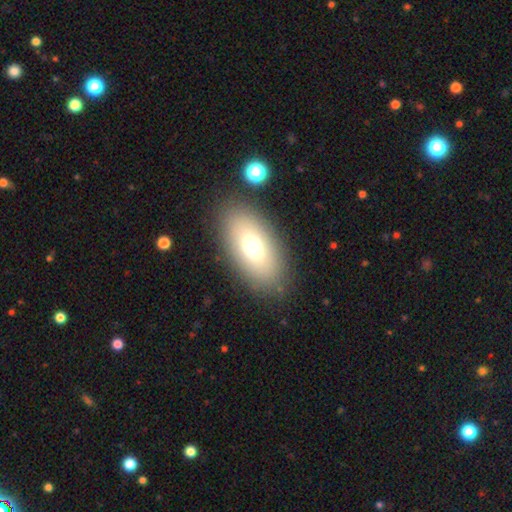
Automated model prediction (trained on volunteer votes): Smooth or featured?
  - smooth: 71% *
  - featured or disk: 20%
  - star or artifact: 9%
How rounded?
  - in between: 90% *
  - cigar-shaped: 5%
  - round: 4%
Merging?
  - none: 85% *
  - minor disturbance: 9%
  - major disturbance: 4%
  - merger: 2%